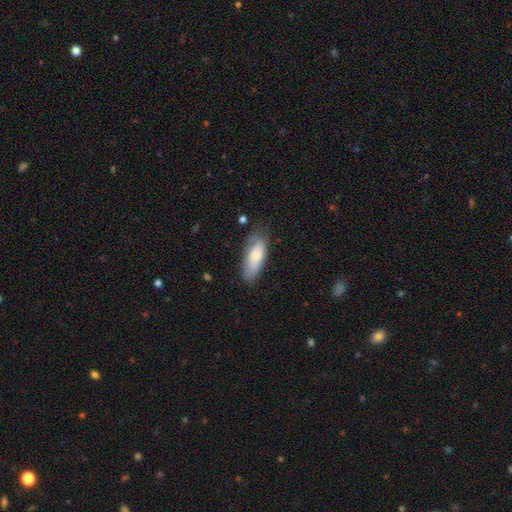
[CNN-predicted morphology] This is likely a smooth galaxy (69%). How rounded: likely in between (77%). Merging: likely none (62%).